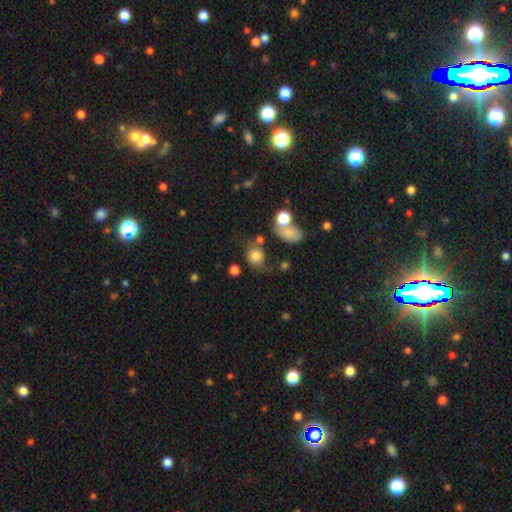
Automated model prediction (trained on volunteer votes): A smooth galaxy with no disk features (77%) that is round (58%). Merging: none (51%).